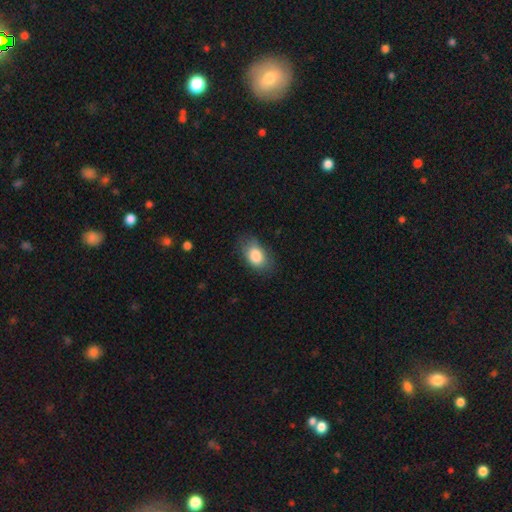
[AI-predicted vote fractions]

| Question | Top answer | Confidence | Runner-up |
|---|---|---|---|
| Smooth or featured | smooth | 82% | featured or disk (11%) |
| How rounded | in between | 88% | round (11%) |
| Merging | none | 74% | minor disturbance (20%) |